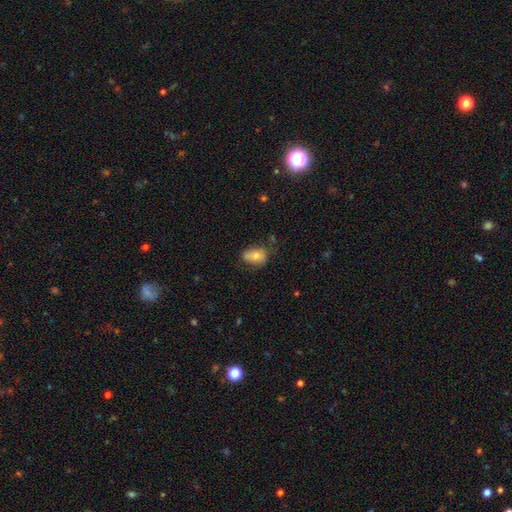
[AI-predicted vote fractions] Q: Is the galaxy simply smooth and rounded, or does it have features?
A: smooth — 69%.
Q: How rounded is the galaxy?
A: in between — 82%.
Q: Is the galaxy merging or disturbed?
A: none — 53%.